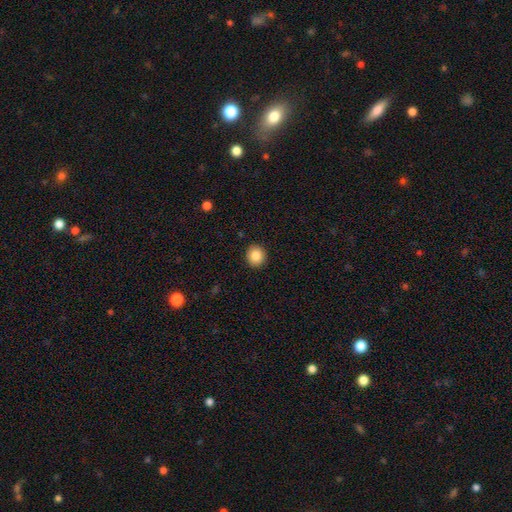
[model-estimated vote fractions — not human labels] Smooth or featured? Predicted: smooth (p=0.85). How rounded? Predicted: round (p=0.87). Merging? Predicted: none (p=0.92).